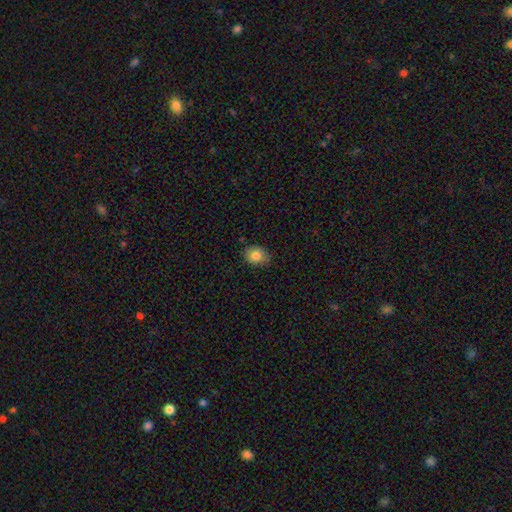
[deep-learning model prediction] This is clearly a smooth galaxy (82%). How rounded: possibly in between (50%). Merging: clearly none (80%).